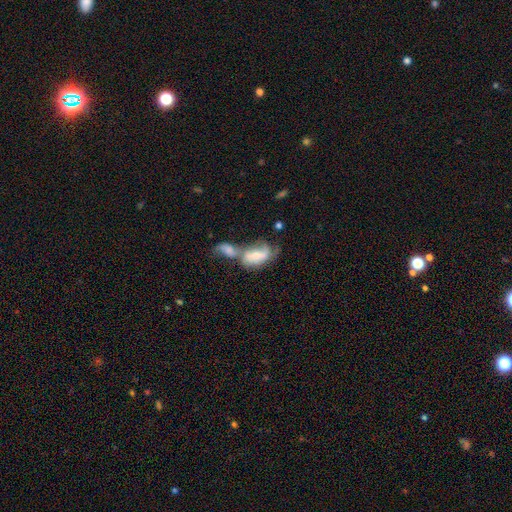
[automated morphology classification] The model was most divided on "smooth or featured": featured or disk: 48%, smooth: 45%, star or artifact: 7%. More confident: merging — merger (69%).